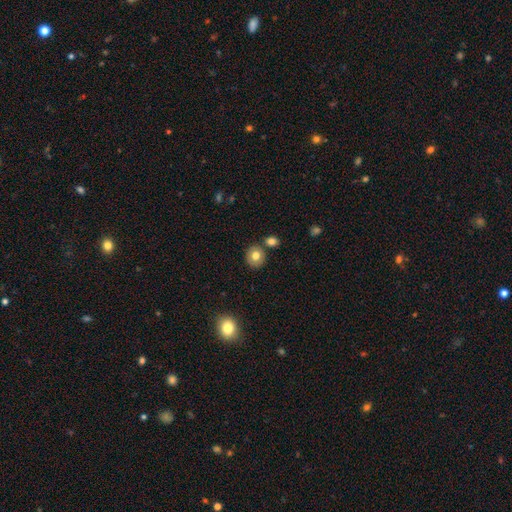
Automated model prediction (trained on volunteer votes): Smooth or featured?
  - smooth: 77% *
  - featured or disk: 14%
  - star or artifact: 9%
How rounded?
  - round: 81% *
  - in between: 19%
  - cigar-shaped: 1%
Merging?
  - none: 77% *
  - merger: 11%
  - minor disturbance: 9%
  - major disturbance: 3%